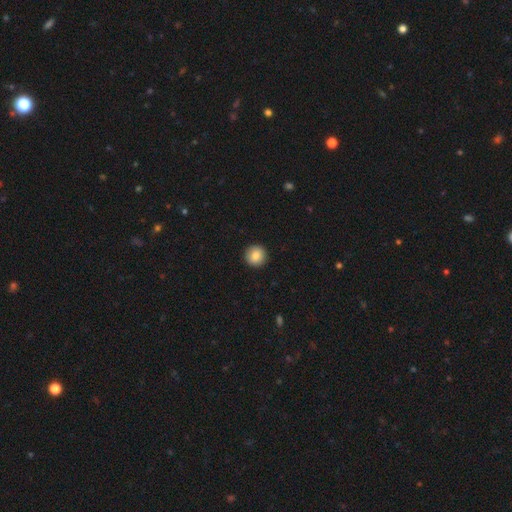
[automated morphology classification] Overall: smooth (85%). How rounded: round (95%). Merging: none (93%).